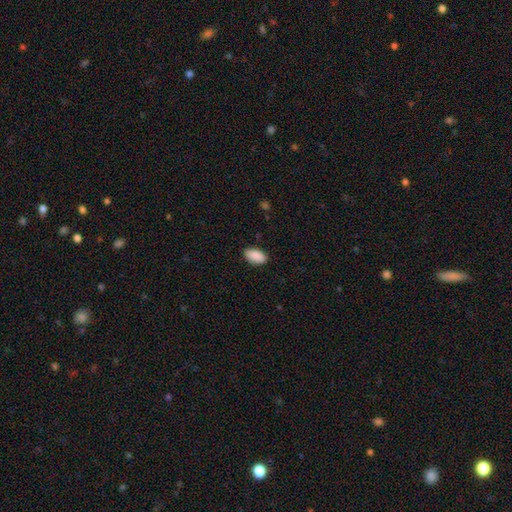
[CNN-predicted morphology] Q: Smooth or featured?
A: smooth (91%); runner-up: star or artifact (6%)
Q: How rounded?
A: in between (94%); runner-up: round (4%)
Q: Merging?
A: none (87%); runner-up: minor disturbance (10%)